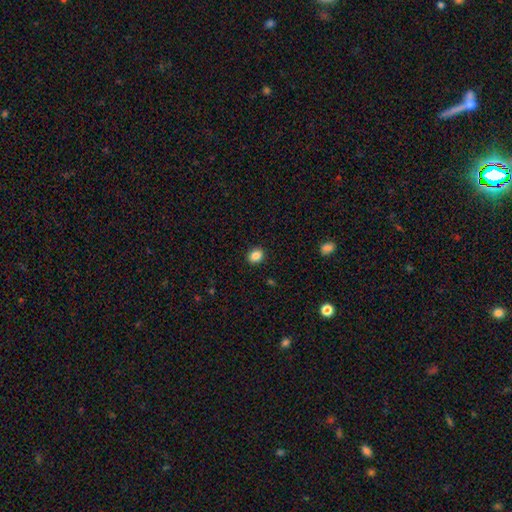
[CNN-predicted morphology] This appears to be a smooth galaxy with no disk features (86%) that is round (51%). Merging: none (91%).